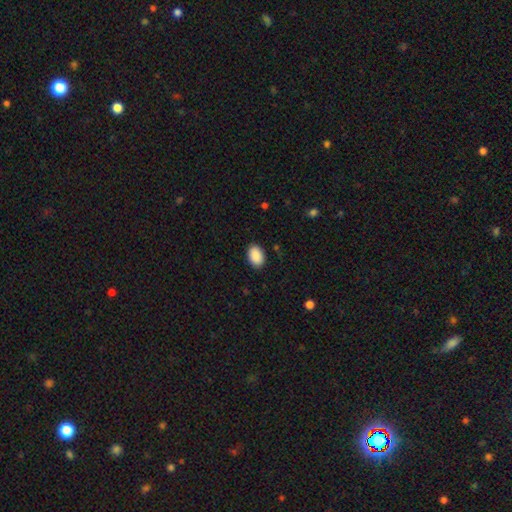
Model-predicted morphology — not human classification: smooth 91%, star or artifact 7%, featured or disk 3%. Down the decision tree: how rounded — in between (86%); merging — none (89%).